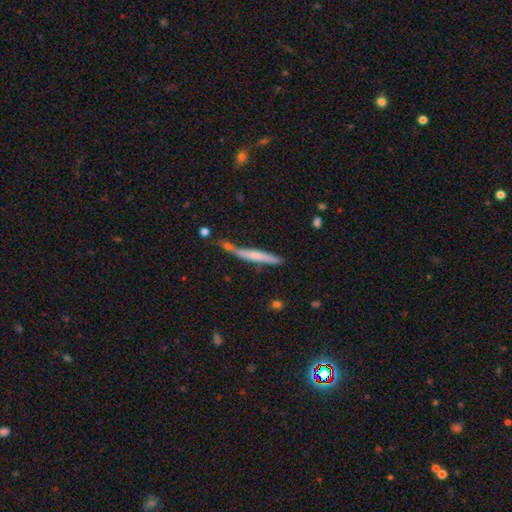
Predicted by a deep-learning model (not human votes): A smooth galaxy with no disk features (52%) that is cigar-shaped (95%).

Vote fractions:
- Smooth or featured? smooth: 52% / featured or disk: 41% / star or artifact: 7%
- How rounded? cigar-shaped: 95% / in between: 4% / round: 2%
- Merging? none: 56% / minor disturbance: 22% / merger: 15% / major disturbance: 7%